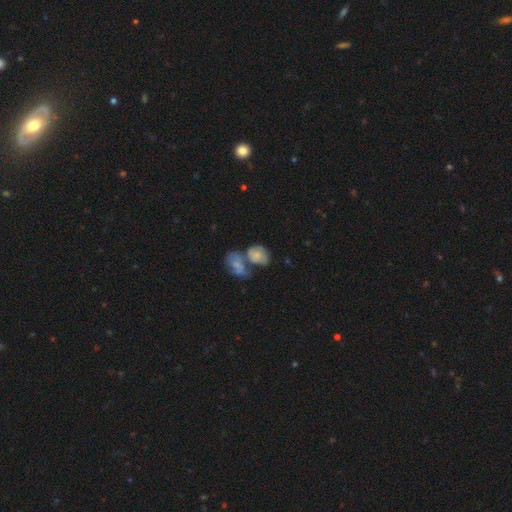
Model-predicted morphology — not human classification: smooth_or_featured: smooth (p=0.62) [alt: featured or disk p=0.29]
how_rounded: in between (p=0.64) [alt: round p=0.35]
merging: merger (p=0.53) [alt: none p=0.26]